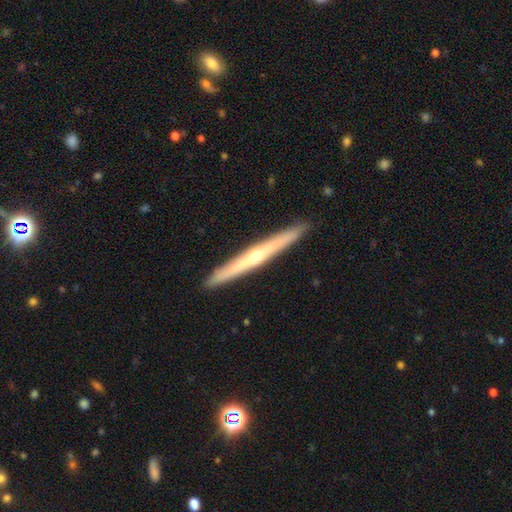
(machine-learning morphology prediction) This appears to be a featured or disk galaxy (70%) viewed edge-on (97%) with a rounded central bulge (77%). Merging: none (93%).